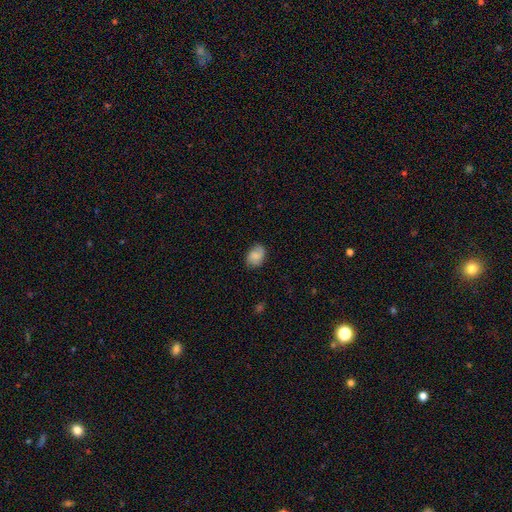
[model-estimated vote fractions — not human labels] Q: Smooth or featured?
A: smooth (73%); runner-up: featured or disk (19%)
Q: How rounded?
A: in between (72%); runner-up: round (27%)
Q: Merging?
A: none (72%); runner-up: minor disturbance (22%)